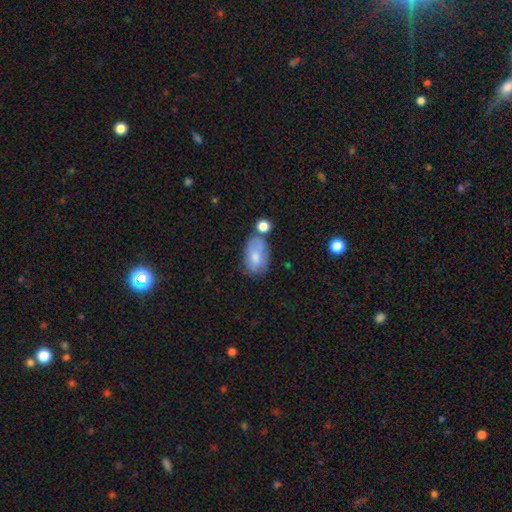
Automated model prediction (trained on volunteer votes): Overall: smooth (70%). How rounded: in between (90%). Merging: none (45%; minor disturbance 27%).